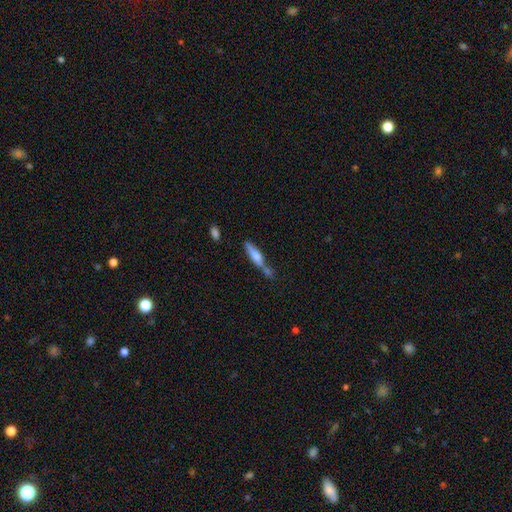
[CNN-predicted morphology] smooth 57%, featured or disk 36%, star or artifact 7%. Down the decision tree: how rounded — cigar-shaped (77%); merging — none (45%).